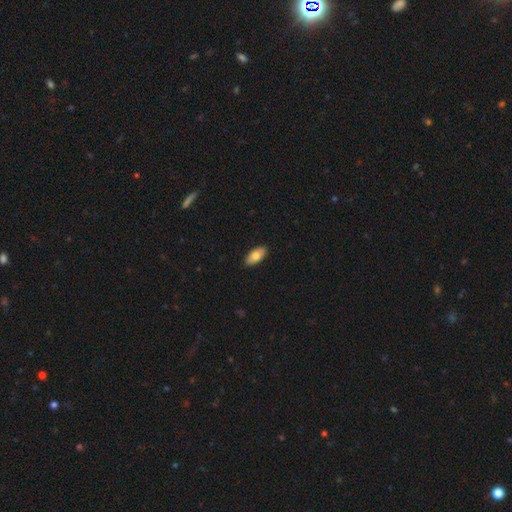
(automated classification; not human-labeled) smooth 75%, featured or disk 19%, star or artifact 6%. Down the decision tree: how rounded — in between (91%); merging — none (89%).